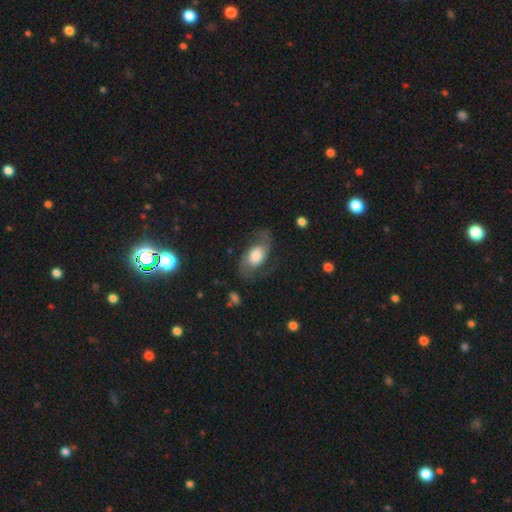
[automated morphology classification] smooth_or_featured: featured or disk (p=0.76) [alt: smooth p=0.17]
disk_edge_on: no (p=0.96) [alt: yes p=0.04]
bar: no (p=0.65) [alt: weak p=0.28]
has_spiral_arms: yes (p=0.92) [alt: no p=0.08]
spiral_winding: loose (p=0.46) [alt: medium p=0.42]
spiral_arm_count: 2 (p=0.92) [alt: can't tell p=0.03]
bulge_size: large (p=0.51) [alt: moderate p=0.30]
merging: none (p=0.69) [alt: minor disturbance p=0.16]